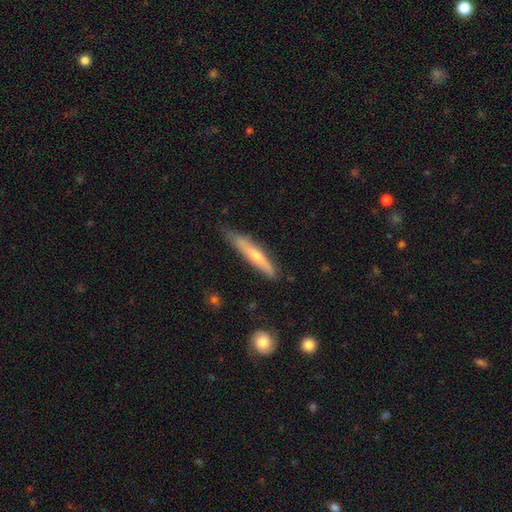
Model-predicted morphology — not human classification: Q: Smooth or featured?
A: smooth (50%); runner-up: featured or disk (45%)
Q: Merging?
A: none (72%); runner-up: minor disturbance (23%)